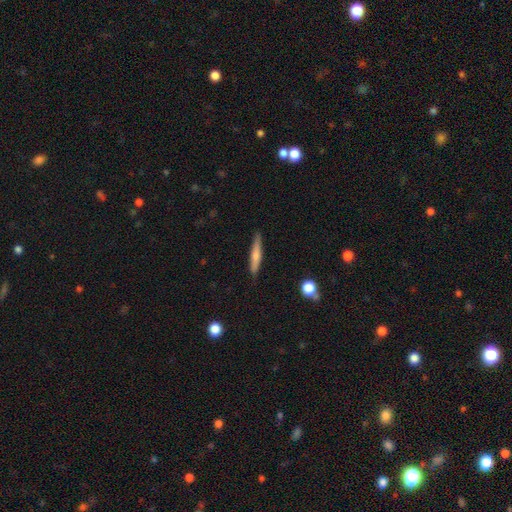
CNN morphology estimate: smooth-or-featured: smooth: 61% | featured or disk: 33% | star or artifact: 6%
  how-rounded: cigar-shaped: 92% | in between: 6% | round: 2%
  merging: none: 85% | minor disturbance: 11% | major disturbance: 2% | merger: 1%